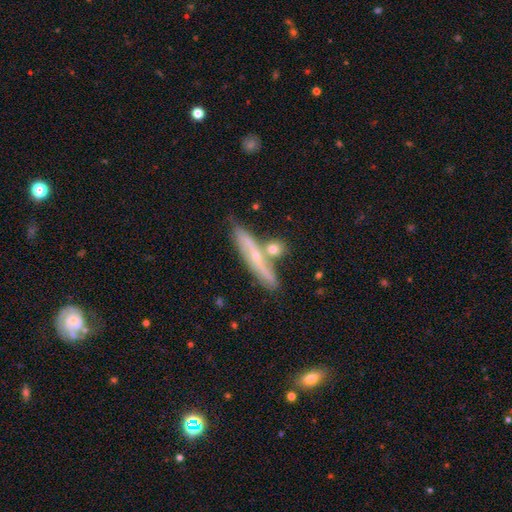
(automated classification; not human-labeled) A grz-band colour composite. It shows a featured or disk galaxy (59%) viewed edge-on (81%). Merging: none (67%).